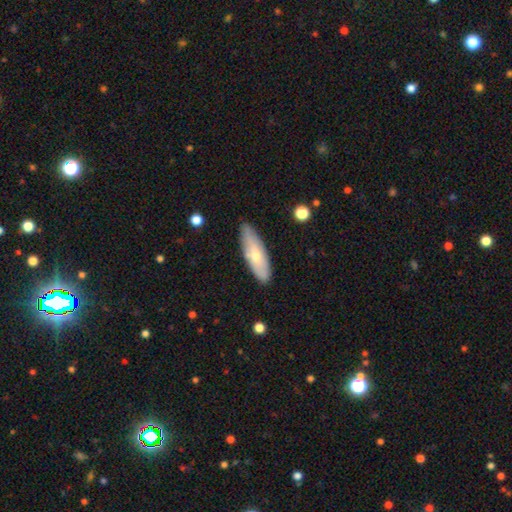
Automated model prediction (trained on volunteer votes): This appears to be a smooth galaxy with no disk features (57%) that is in between round and cigar-shaped (54%). Merging: none (83%).